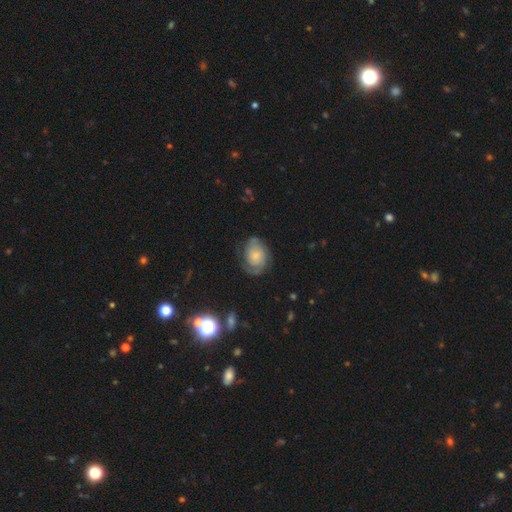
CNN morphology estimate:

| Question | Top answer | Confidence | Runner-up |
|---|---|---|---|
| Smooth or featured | featured or disk | 62% | smooth (31%) |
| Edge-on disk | no | 97% | yes (3%) |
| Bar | no | 74% | weak (22%) |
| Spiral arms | yes | 88% | no (12%) |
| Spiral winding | tight | 52% | medium (34%) |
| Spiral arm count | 2 | 46% | can't tell (27%) |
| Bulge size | small | 45% | moderate (30%) |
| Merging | none | 61% | minor disturbance (24%) |